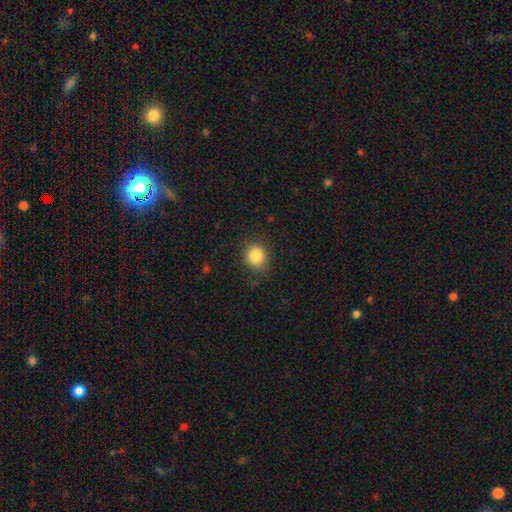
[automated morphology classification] The model was most divided on "how rounded": round: 78%, in between: 21%, cigar-shaped: 1%. More confident: smooth or featured — smooth (85%); merging — none (80%).